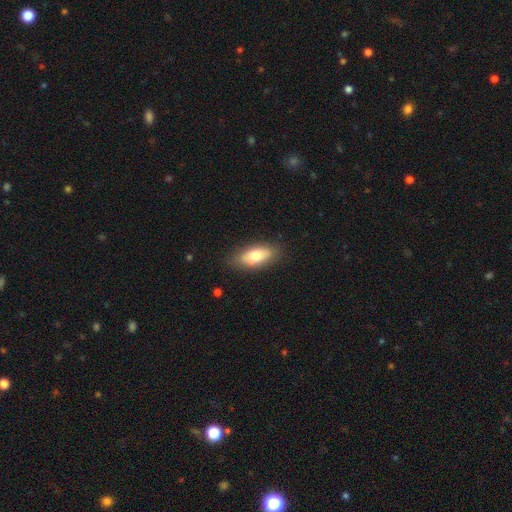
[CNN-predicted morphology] A smooth galaxy with no disk features (73%) that is in between round and cigar-shaped (84%).

Vote fractions:
- Smooth or featured? smooth: 73% / featured or disk: 21% / star or artifact: 6%
- How rounded? in between: 84% / cigar-shaped: 13% / round: 3%
- Merging? none: 84% / minor disturbance: 12% / major disturbance: 3% / merger: 1%